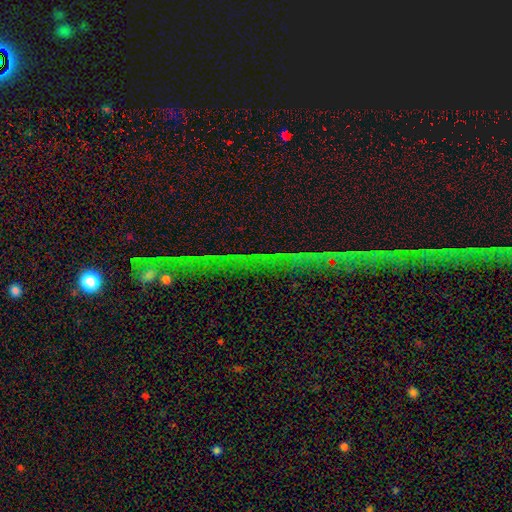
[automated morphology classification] Smooth or featured? star or artifact (87%)